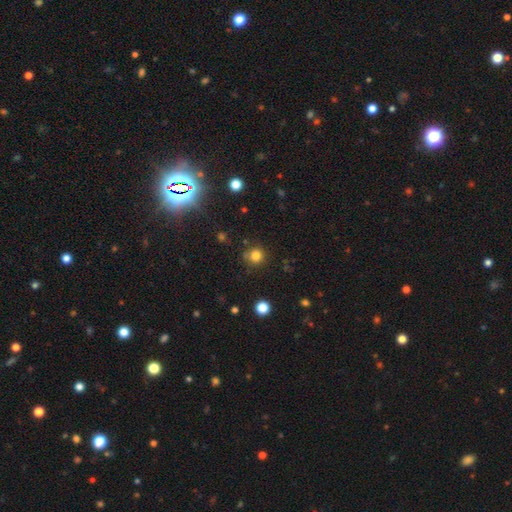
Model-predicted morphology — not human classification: Smooth or featured? smooth (81%)
How rounded? round (92%)
Merging? none (81%)